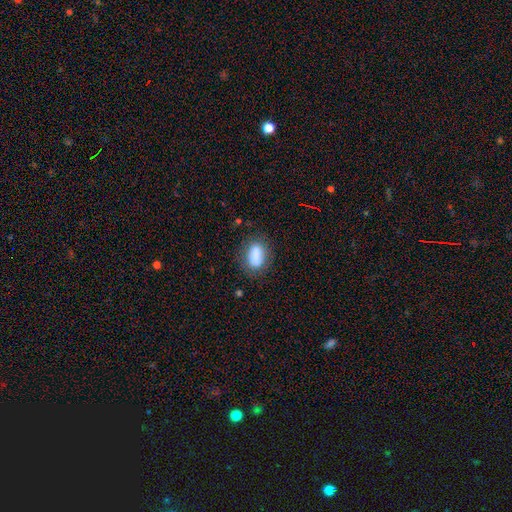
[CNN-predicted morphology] Q: Smooth or featured?
A: smooth (84%); runner-up: featured or disk (8%)
Q: How rounded?
A: in between (84%); runner-up: round (12%)
Q: Merging?
A: none (75%); runner-up: minor disturbance (17%)